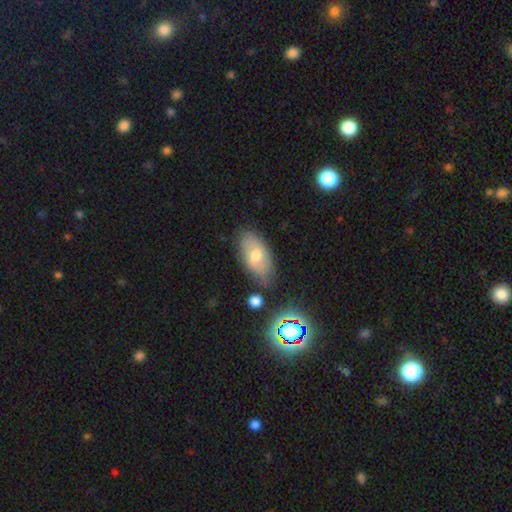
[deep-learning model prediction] Overall: smooth (57%; featured or disk 32%). How rounded: in between (92%). Merging: none (71%).